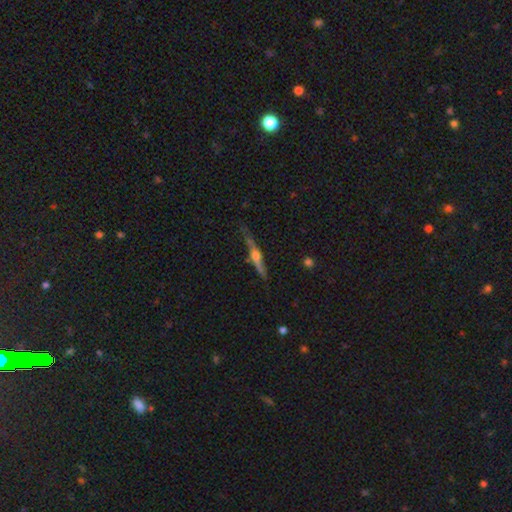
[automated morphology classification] This is likely a featured or disk galaxy (72%). It is clearly viewed edge-on (93%). Edge-on bulge: clearly rounded (91%). Merging: likely none (67%).